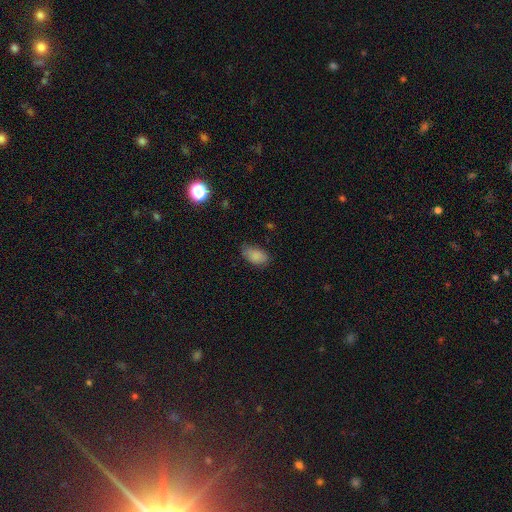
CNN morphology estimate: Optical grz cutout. It shows a smooth galaxy with no disk features (85%) that is in between round and cigar-shaped (91%). Merging: none (70%).